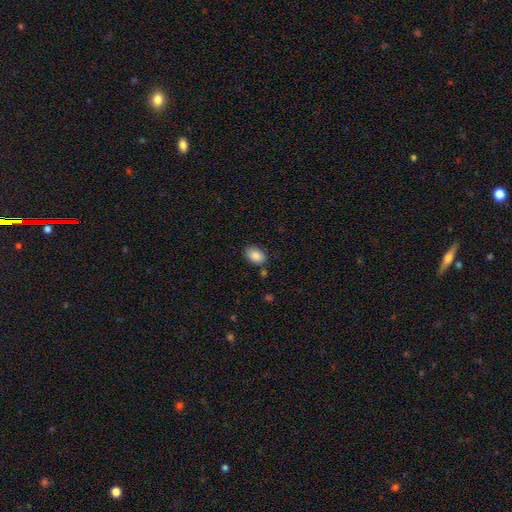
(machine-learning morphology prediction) smooth_or_featured: smooth (p=0.87) [alt: star or artifact p=0.08]
how_rounded: in between (p=0.83) [alt: round p=0.16]
merging: none (p=0.78) [alt: minor disturbance p=0.15]